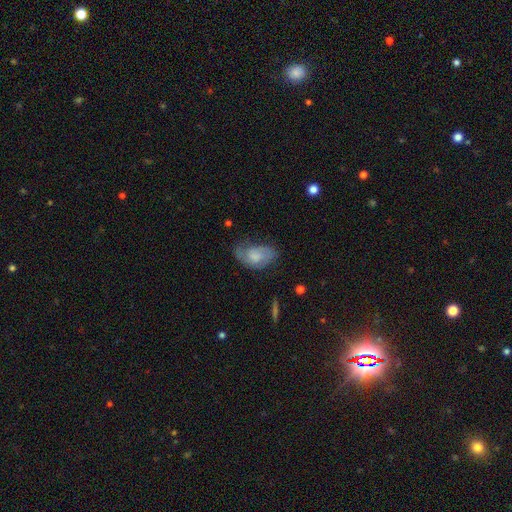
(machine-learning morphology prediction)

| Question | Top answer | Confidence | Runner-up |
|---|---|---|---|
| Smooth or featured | featured or disk | 47% | smooth (46%) |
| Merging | none | 49% | minor disturbance (31%) |